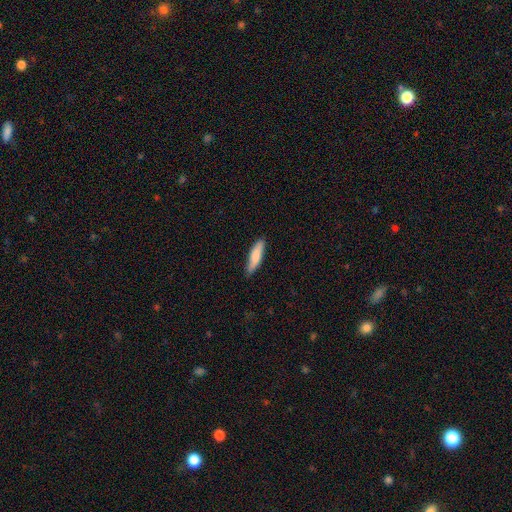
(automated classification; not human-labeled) smooth-or-featured: smooth: 81% | featured or disk: 13% | star or artifact: 5%
  how-rounded: cigar-shaped: 71% | in between: 28% | round: 1%
  merging: none: 84% | minor disturbance: 13% | major disturbance: 2% | merger: 1%